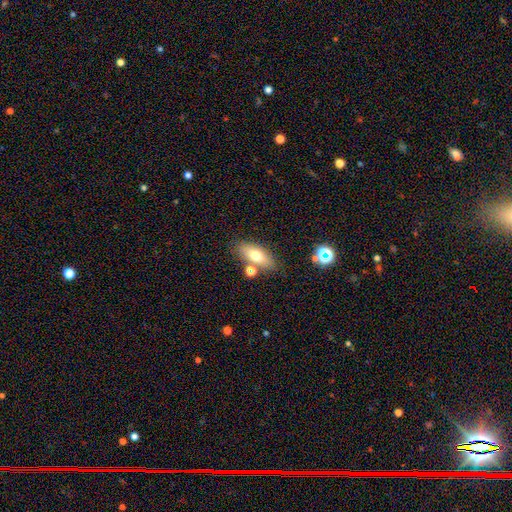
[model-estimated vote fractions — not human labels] Smooth or featured? smooth (69%)
How rounded? in between (79%)
Merging? none (75%)